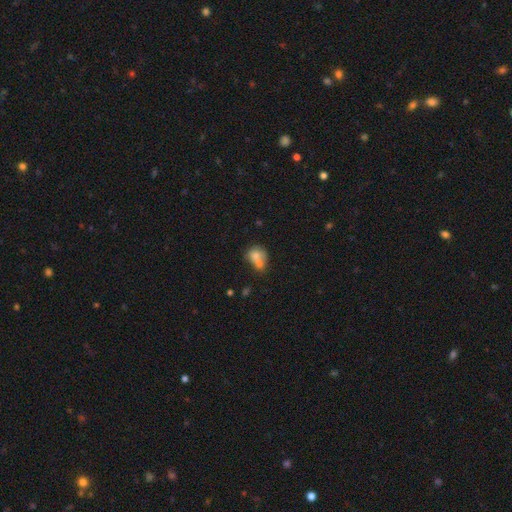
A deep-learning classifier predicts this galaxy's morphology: This appears to be a smooth galaxy with no disk features (70%) that is in between round and cigar-shaped (56%). Merging: merger (56%).